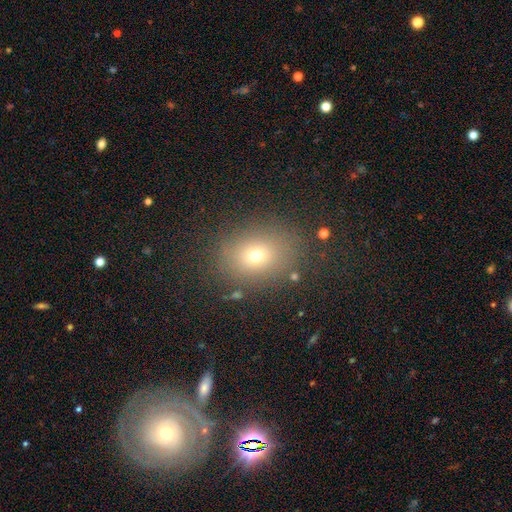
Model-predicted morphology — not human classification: type=smooth (69%); roundness=round (56%); merging=none (82%).